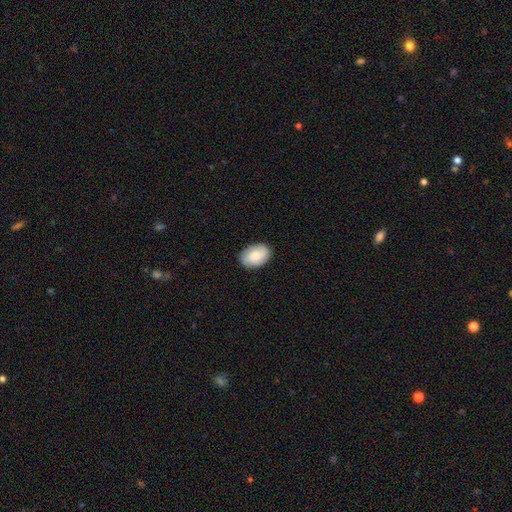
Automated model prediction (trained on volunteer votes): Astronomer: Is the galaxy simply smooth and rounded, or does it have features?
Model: smooth — 77%.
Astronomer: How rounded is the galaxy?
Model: in between — 85%.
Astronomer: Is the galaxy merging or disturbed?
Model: none — 85%.